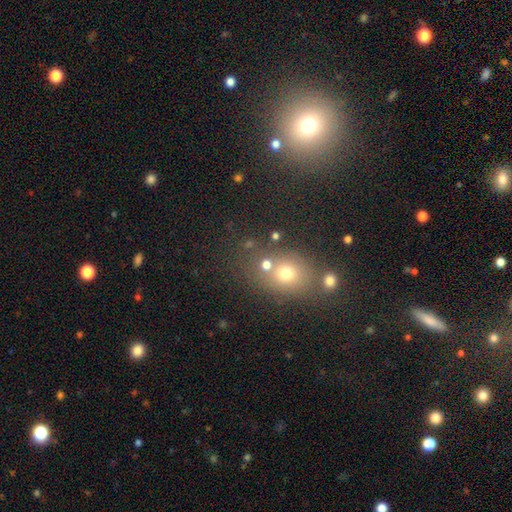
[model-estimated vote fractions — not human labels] Smooth or featured? Predicted: smooth (p=0.50). How rounded? Predicted: round (p=0.67). Merging? Predicted: none (p=0.69).